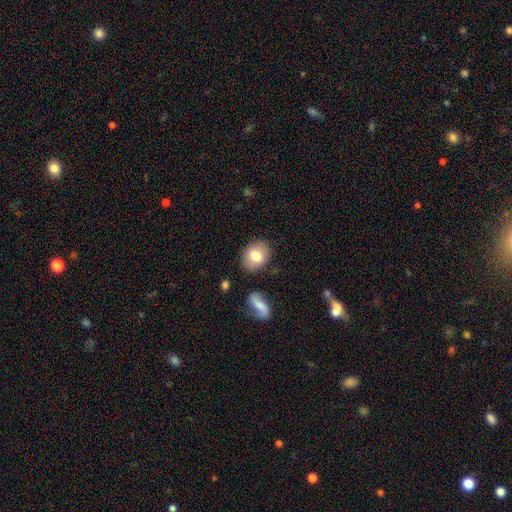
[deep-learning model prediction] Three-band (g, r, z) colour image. It shows a smooth galaxy with no disk features (78%) that is in between round and cigar-shaped (56%). Merging: none (84%).